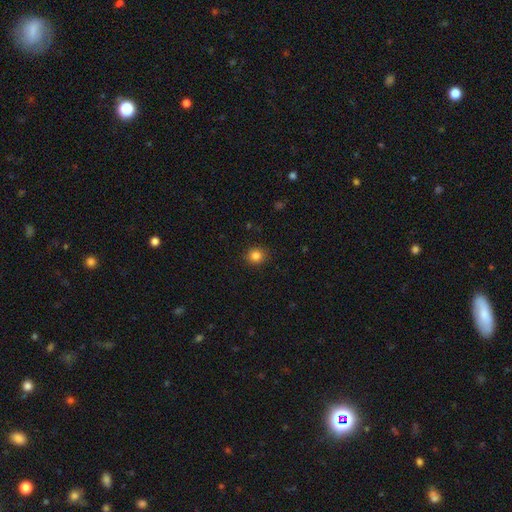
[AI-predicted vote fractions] Smooth or featured? smooth (84%)
How rounded? round (84%)
Merging? none (91%)